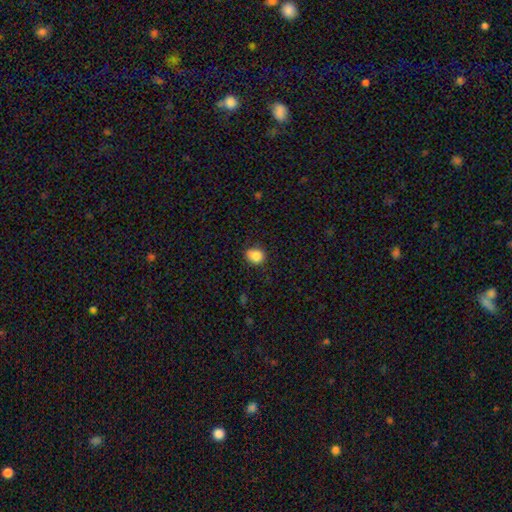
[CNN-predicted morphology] Smooth or featured? Predicted: smooth (p=0.86). How rounded? Predicted: round (p=0.64). Merging? Predicted: none (p=0.75).